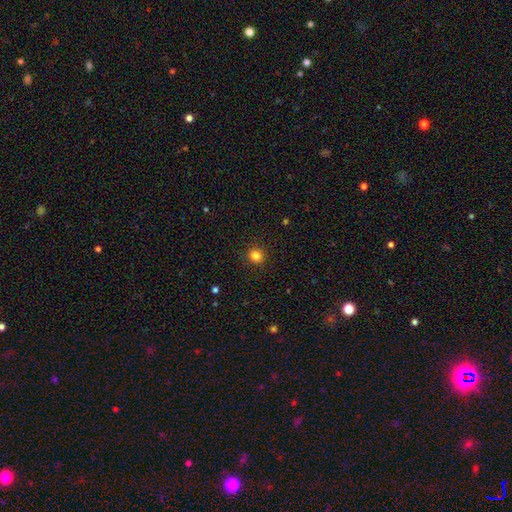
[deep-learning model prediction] This appears to be a smooth galaxy with no disk features (83%) that is round (91%). Merging: none (91%).